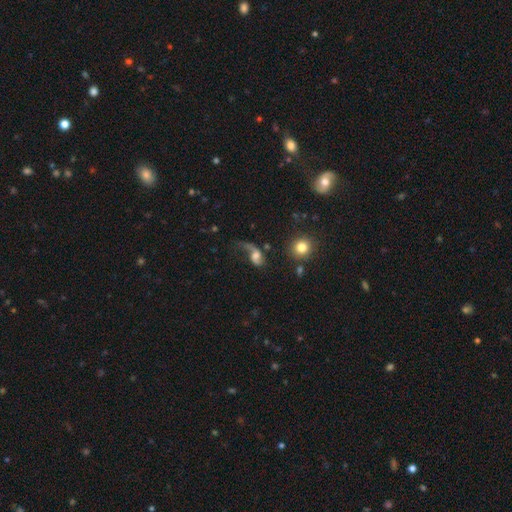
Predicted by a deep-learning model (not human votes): Smooth or featured: featured or disk — 66% (smooth — 24%)
Edge-on disk: no — 95% (yes — 5%)
Bar: no — 59% (weak — 32%)
Spiral arms: yes — 89% (no — 11%)
Spiral winding: loose — 83% (medium — 13%)
Spiral arm count: 2 — 51% (1 — 44%)
Bulge size: moderate — 43% (small — 27%)
Merging: major disturbance — 47% (none — 30%)